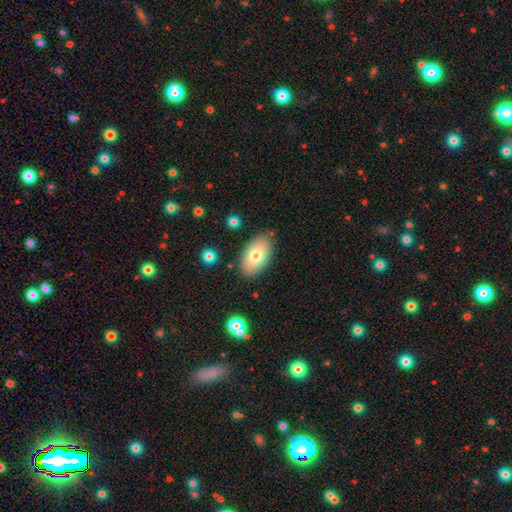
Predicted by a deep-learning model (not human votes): Smooth or featured? smooth (75%)
How rounded? in between (94%)
Merging? none (83%)